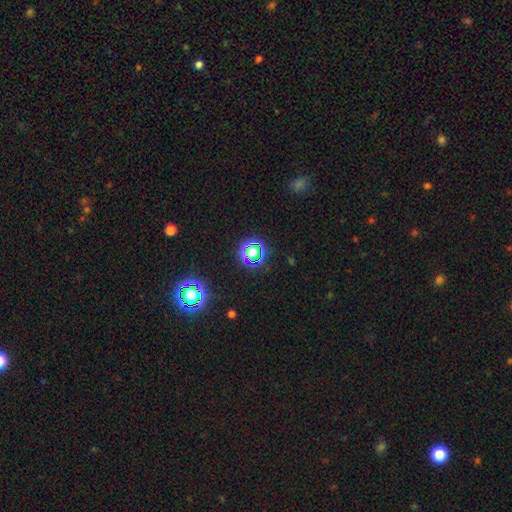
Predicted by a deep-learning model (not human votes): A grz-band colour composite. It shows a star or artifact, not a galaxy (70%).